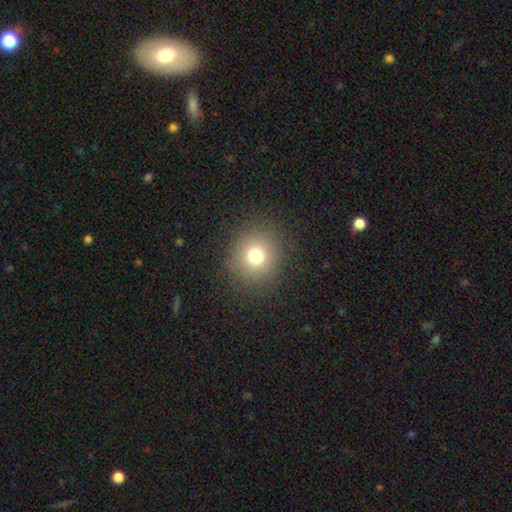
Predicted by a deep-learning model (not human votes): This is likely a smooth galaxy (74%). How rounded: clearly round (90%). Merging: clearly none (88%).